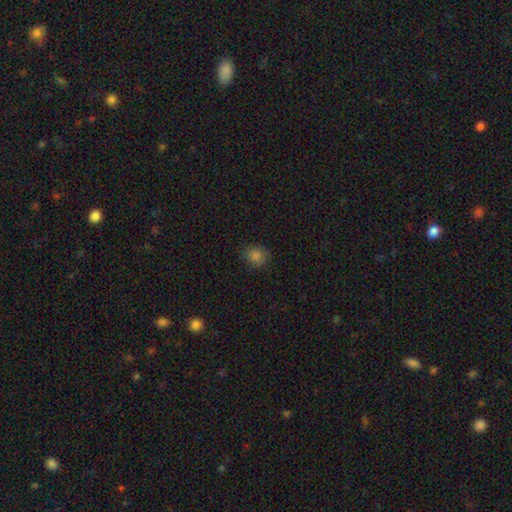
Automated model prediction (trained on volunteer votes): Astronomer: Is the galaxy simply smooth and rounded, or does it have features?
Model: smooth — 80%.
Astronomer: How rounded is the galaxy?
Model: round — 78%.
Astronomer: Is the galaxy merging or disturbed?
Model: none — 86%.